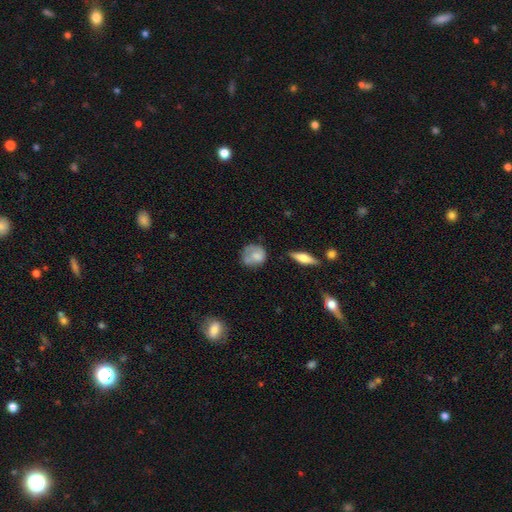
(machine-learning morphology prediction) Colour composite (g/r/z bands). It shows a smooth galaxy with no disk features (62%) that is round (70%). Merging: none (47%).